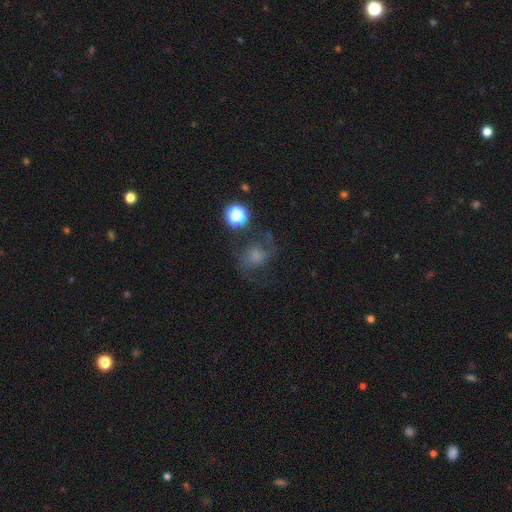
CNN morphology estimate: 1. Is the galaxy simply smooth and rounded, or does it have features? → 54% featured or disk, 31% smooth, 16% star or artifact.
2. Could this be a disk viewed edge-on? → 97% no, 3% yes.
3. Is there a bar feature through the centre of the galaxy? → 74% no, 22% weak, 4% strong.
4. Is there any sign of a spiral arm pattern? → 84% yes, 16% no.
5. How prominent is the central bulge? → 26% none, 25% moderate, 24% small, 19% large, 6% dominant.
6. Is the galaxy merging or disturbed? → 54% none, 22% major disturbance, 19% minor disturbance, 4% merger.